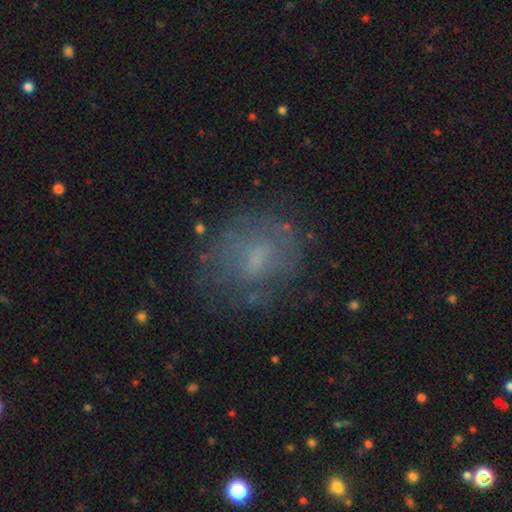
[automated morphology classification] type=featured or disk (49%); merging=none (70%).